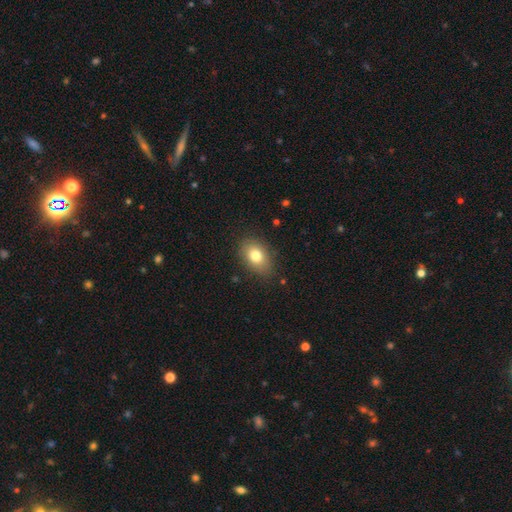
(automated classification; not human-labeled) Q: Smooth or featured?
A: smooth (79%); runner-up: featured or disk (12%)
Q: How rounded?
A: in between (79%); runner-up: round (19%)
Q: Merging?
A: none (82%); runner-up: minor disturbance (13%)